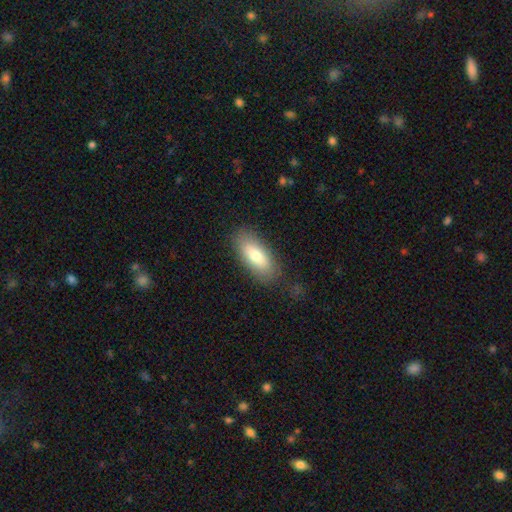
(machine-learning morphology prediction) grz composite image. It shows a smooth galaxy with no disk features (77%) that is in between round and cigar-shaped (83%). Merging: none (82%).